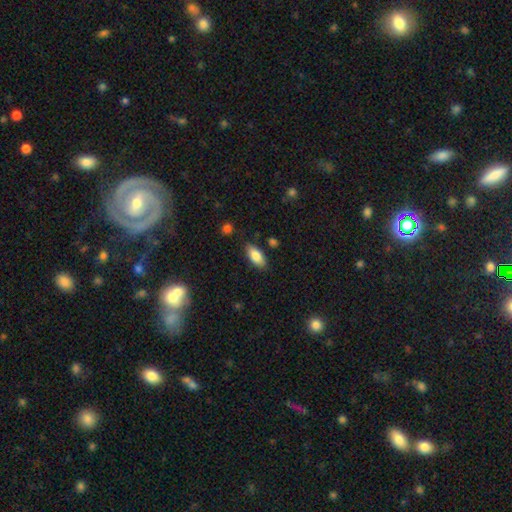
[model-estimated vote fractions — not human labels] A smooth galaxy with no disk features (83%) that is in between round and cigar-shaped (86%).

Vote fractions:
- Smooth or featured? smooth: 83% / featured or disk: 10% / star or artifact: 7%
- How rounded? in between: 86% / cigar-shaped: 12% / round: 2%
- Merging? none: 84% / minor disturbance: 11% / major disturbance: 2% / merger: 2%